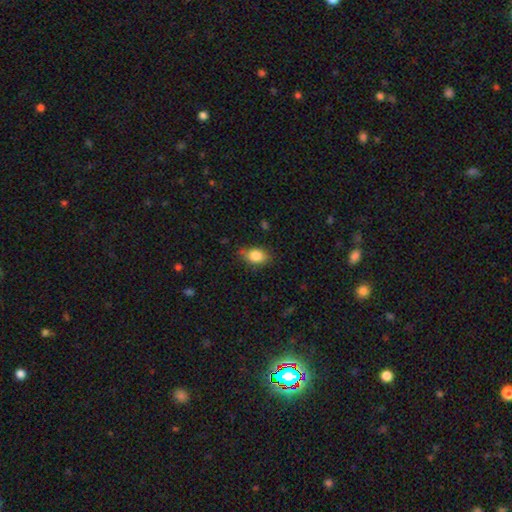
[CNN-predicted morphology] Smooth or featured? smooth (84%)
How rounded? in between (79%)
Merging? none (72%)